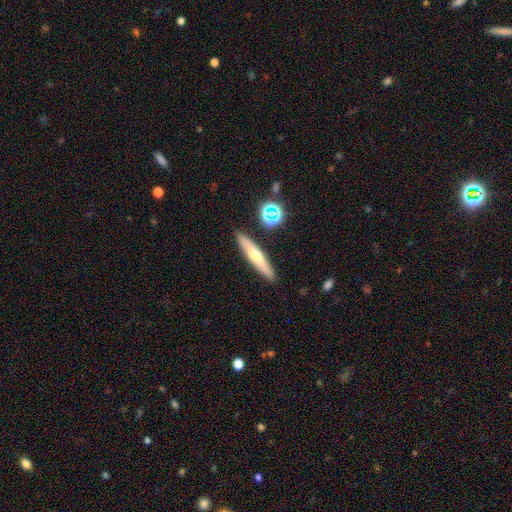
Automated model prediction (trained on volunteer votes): Smooth or featured: smooth — 49% (featured or disk — 42%)
Merging: none — 88% (minor disturbance — 8%)